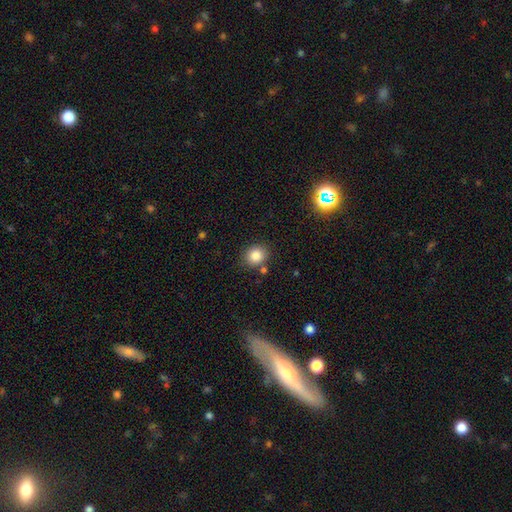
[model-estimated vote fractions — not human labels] Morphology: type=smooth (84%); roundness=round (76%); merging=none (82%).